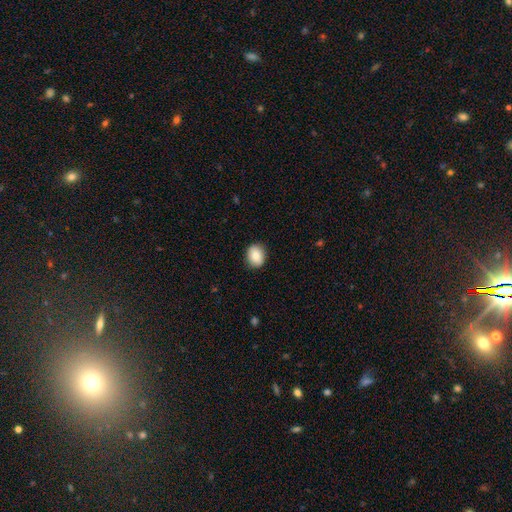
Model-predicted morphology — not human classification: type=smooth (86%); roundness=round (50%); merging=none (88%).